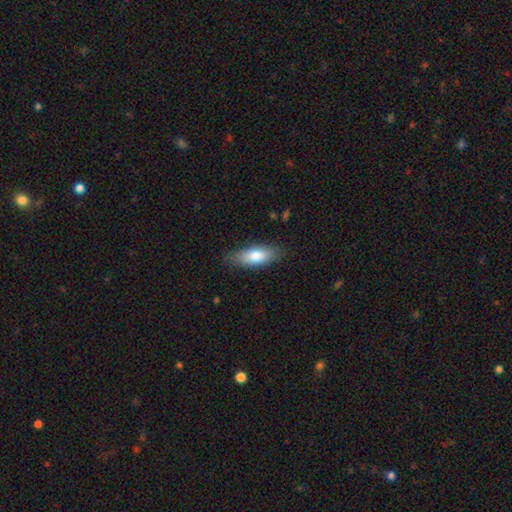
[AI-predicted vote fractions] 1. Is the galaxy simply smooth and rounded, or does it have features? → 80% smooth, 14% featured or disk, 6% star or artifact.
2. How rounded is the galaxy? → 74% in between, 24% cigar-shaped, 2% round.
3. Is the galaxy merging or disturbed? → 81% none, 15% minor disturbance, 3% major disturbance, 1% merger.